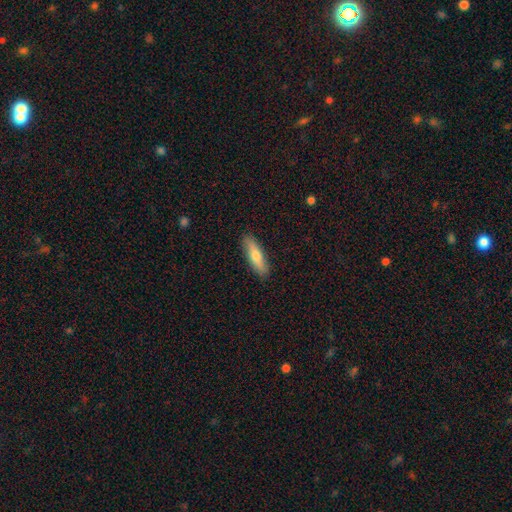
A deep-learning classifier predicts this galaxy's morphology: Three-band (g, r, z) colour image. It shows a smooth galaxy with no disk features (70%) that is cigar-shaped (66%). Merging: none (89%).